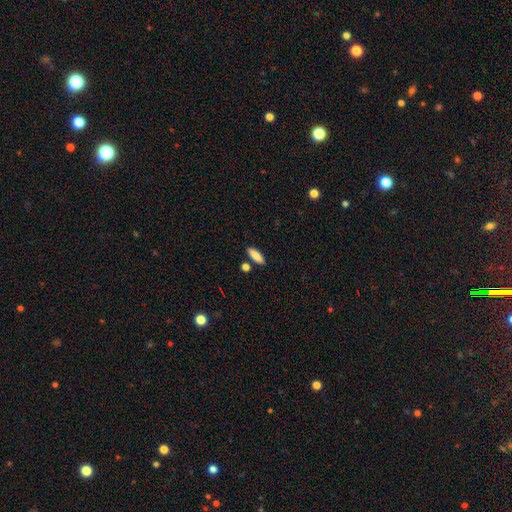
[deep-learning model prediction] A smooth galaxy with no disk features (83%) that is cigar-shaped (55%).

Vote fractions:
- Smooth or featured? smooth: 83% / featured or disk: 11% / star or artifact: 6%
- How rounded? cigar-shaped: 55% / in between: 43% / round: 3%
- Merging? none: 83% / minor disturbance: 9% / merger: 6% / major disturbance: 2%